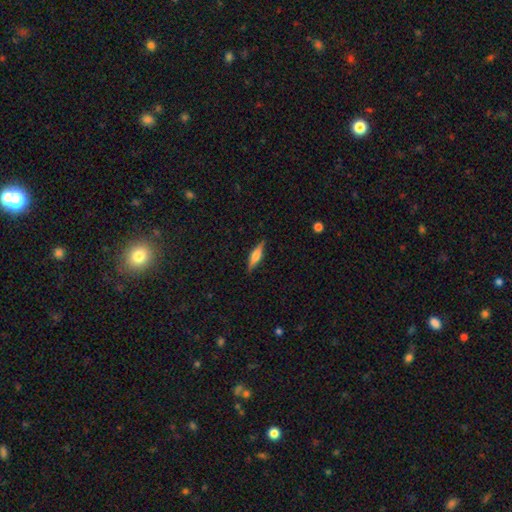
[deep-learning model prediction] smooth_or_featured: featured or disk (p=0.54) [alt: smooth p=0.39]
disk_edge_on: yes (p=0.96) [alt: no p=0.04]
edge_on_bulge: rounded (p=0.75) [alt: boxy p=0.19]
merging: none (p=0.88) [alt: minor disturbance p=0.09]